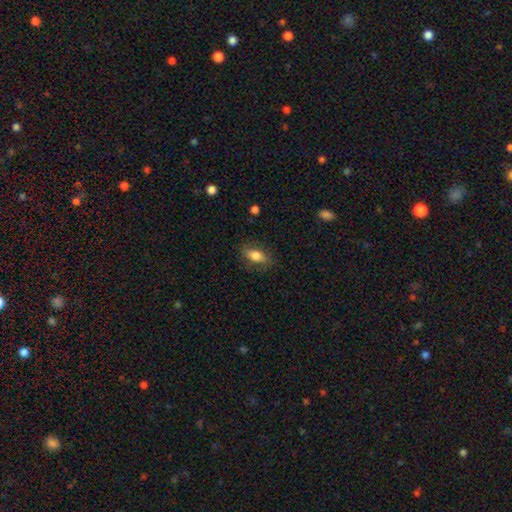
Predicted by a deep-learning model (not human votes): Smooth or featured? Predicted: smooth (p=0.77). How rounded? Predicted: in between (p=0.82). Merging? Predicted: none (p=0.77).